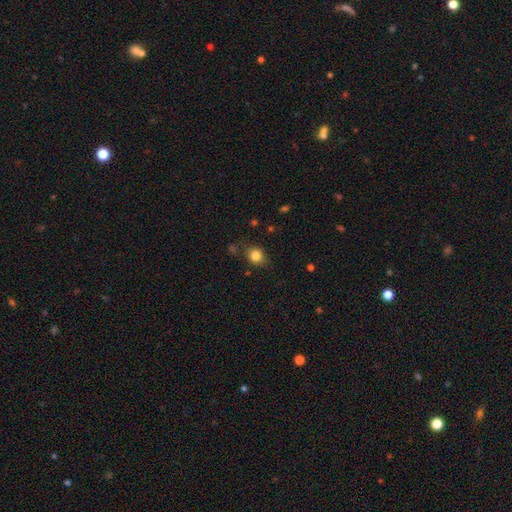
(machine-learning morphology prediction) This appears to be a smooth galaxy with no disk features (82%) that is round (71%). Merging: none (77%).